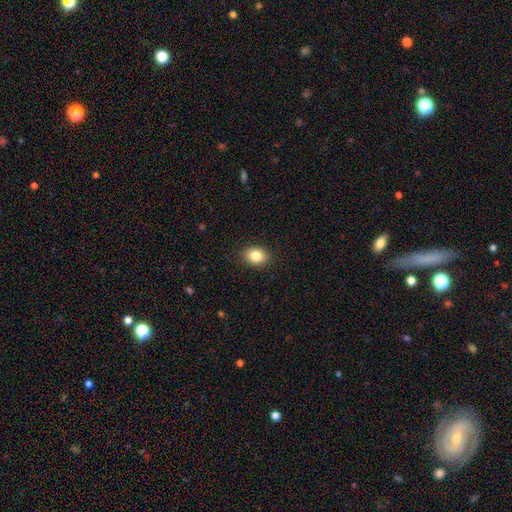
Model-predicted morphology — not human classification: Overall: smooth (84%). How rounded: in between (61%; round 38%). Merging: none (89%).